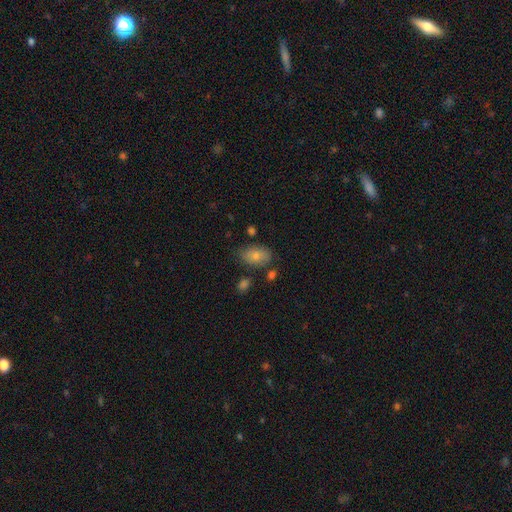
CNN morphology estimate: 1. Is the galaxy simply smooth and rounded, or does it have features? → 77% smooth, 15% featured or disk, 8% star or artifact.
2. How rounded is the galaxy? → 88% in between, 11% round, 1% cigar-shaped.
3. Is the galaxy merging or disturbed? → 68% none, 21% minor disturbance, 6% merger, 5% major disturbance.